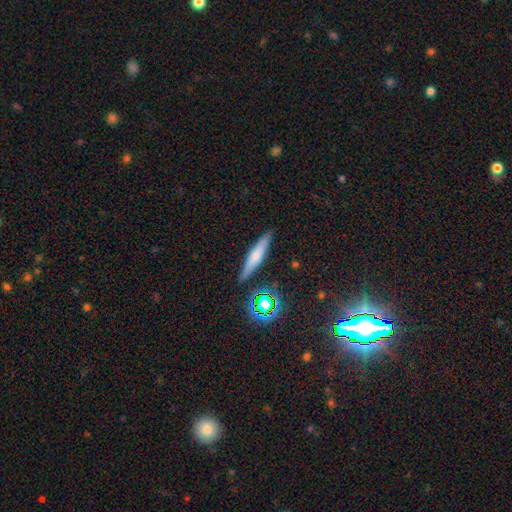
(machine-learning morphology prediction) This is possibly a smooth galaxy (58%). How rounded: clearly cigar-shaped (87%). Merging: clearly none (88%).